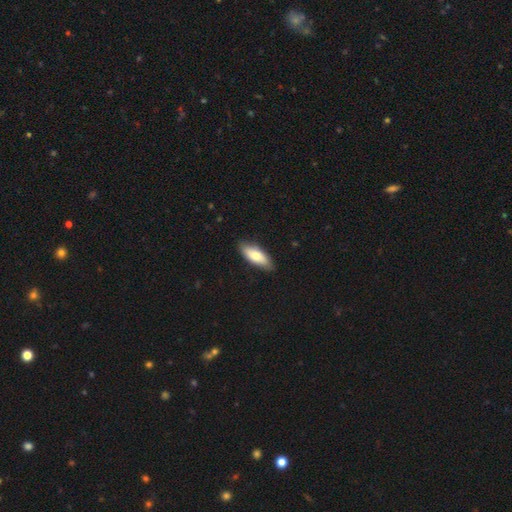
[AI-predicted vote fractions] Smooth or featured: smooth — 78% (featured or disk — 17%)
How rounded: in between — 74% (cigar-shaped — 24%)
Merging: none — 84% (minor disturbance — 13%)